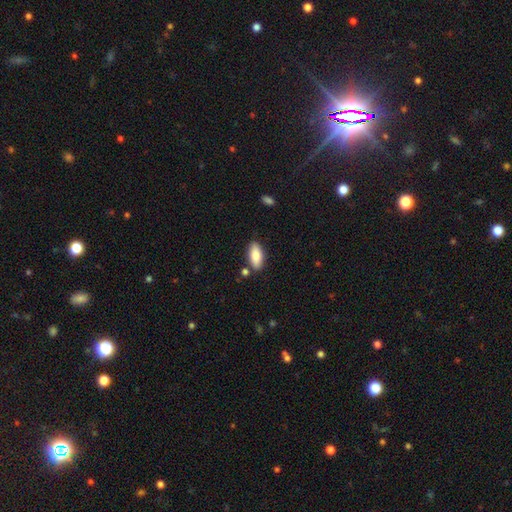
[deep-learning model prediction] Smooth or featured: smooth — 85% (featured or disk — 9%)
How rounded: in between — 84% (cigar-shaped — 14%)
Merging: none — 82% (minor disturbance — 11%)